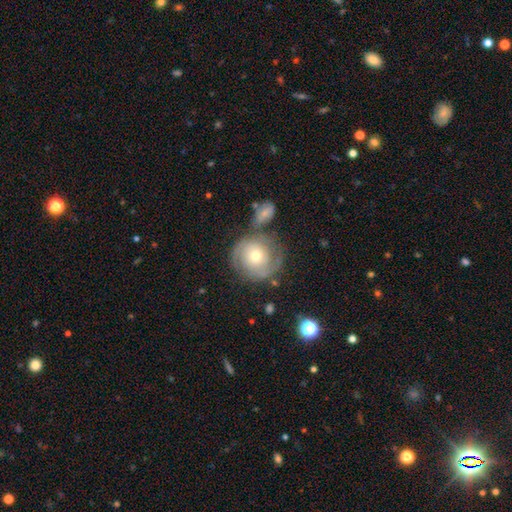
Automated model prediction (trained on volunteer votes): Morphology: type=featured or disk (68%); edge-on=no (97%); bar=no (80%); spiral arms=yes (83%); winding=tight (61%); arm count=2 (61%); bulge=moderate (55%); merging=none (60%).